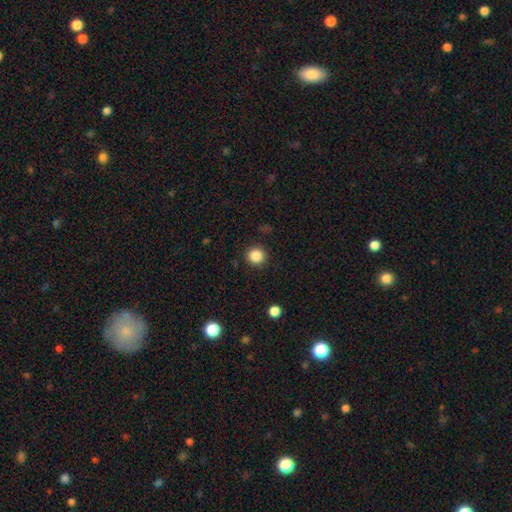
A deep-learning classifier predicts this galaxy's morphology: Smooth or featured?
  - smooth: 86% *
  - star or artifact: 11%
  - featured or disk: 3%
How rounded?
  - round: 92% *
  - in between: 7%
  - cigar-shaped: 1%
Merging?
  - none: 90% *
  - minor disturbance: 6%
  - major disturbance: 2%
  - merger: 1%